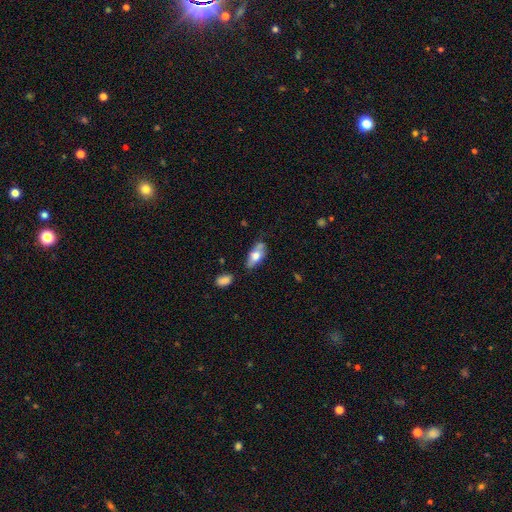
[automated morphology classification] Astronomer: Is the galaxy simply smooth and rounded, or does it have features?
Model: smooth — 66%.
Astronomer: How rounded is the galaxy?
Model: in between — 84%.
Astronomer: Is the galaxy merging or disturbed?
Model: none — 57%.